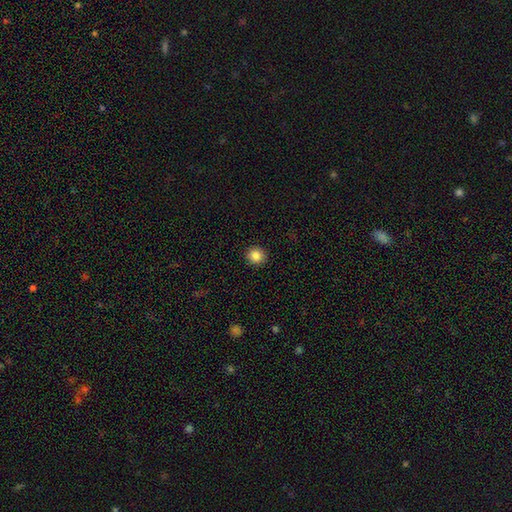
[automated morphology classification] This is clearly a smooth galaxy (85%). How rounded: clearly round (90%). Merging: clearly none (92%).